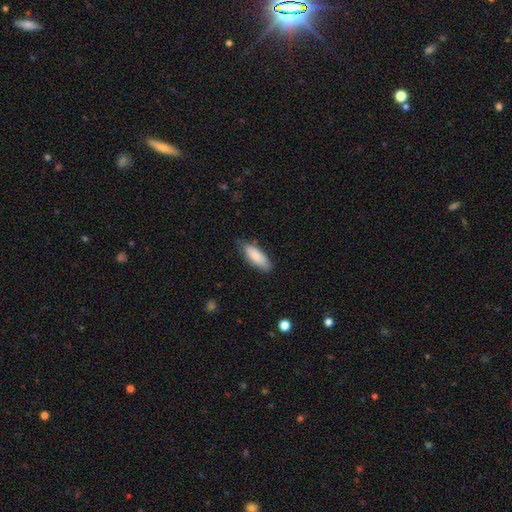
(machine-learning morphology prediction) type=smooth (83%); roundness=in between (68%); merging=none (70%).